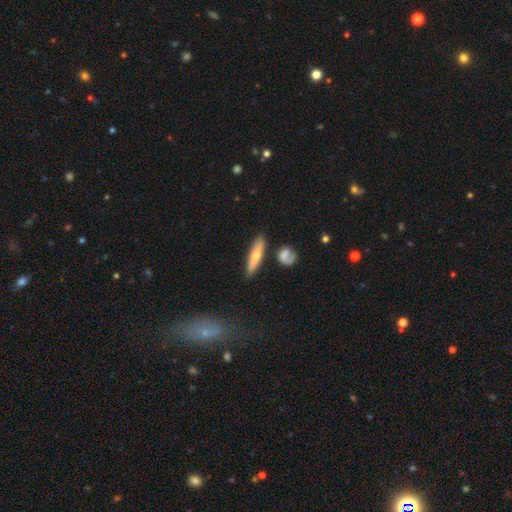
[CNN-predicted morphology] Smooth or featured: smooth — 60% (featured or disk — 34%)
How rounded: cigar-shaped — 70% (in between — 26%)
Merging: none — 80% (minor disturbance — 12%)